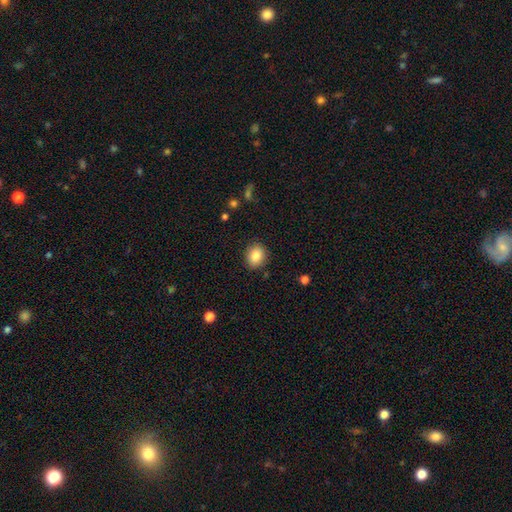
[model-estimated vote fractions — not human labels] The model was most divided on "how rounded": round: 64%, in between: 35%, cigar-shaped: 1%. More confident: merging — none (88%); smooth or featured — smooth (84%).